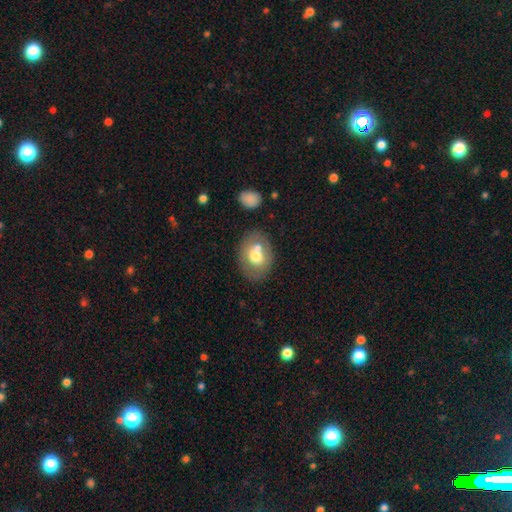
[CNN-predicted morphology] This appears to be a smooth galaxy with no disk features (63%) that is in between round and cigar-shaped (65%). Merging: none (62%).